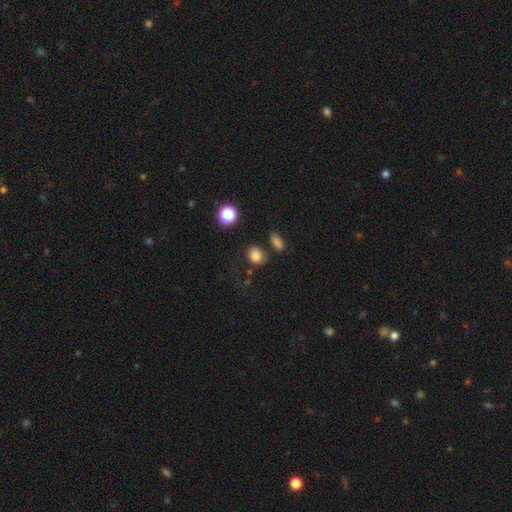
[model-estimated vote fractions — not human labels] A smooth galaxy with no disk features (81%) that is round (54%).

Vote fractions:
- Smooth or featured? smooth: 81% / star or artifact: 12% / featured or disk: 6%
- How rounded? round: 54% / in between: 45% / cigar-shaped: 1%
- Merging? none: 67% / minor disturbance: 17% / merger: 9% / major disturbance: 7%